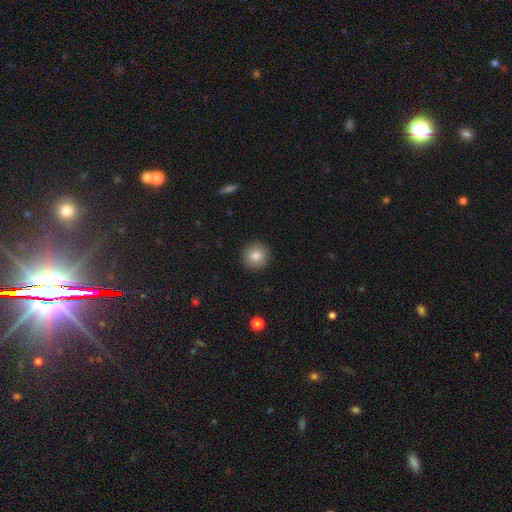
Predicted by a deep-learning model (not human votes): Overall: smooth (83%). How rounded: round (95%). Merging: none (92%).